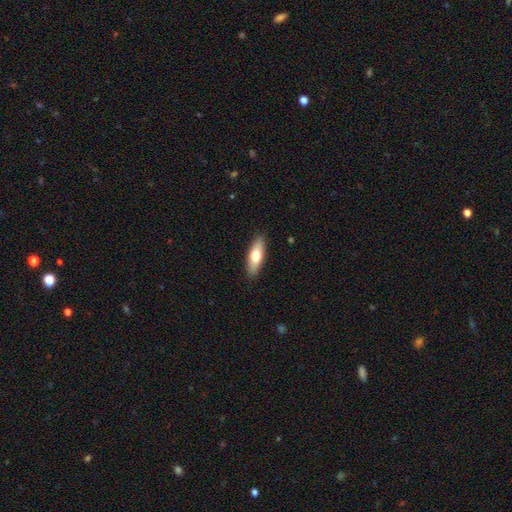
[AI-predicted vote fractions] smooth_or_featured: smooth (p=0.69) [alt: featured or disk p=0.26]
how_rounded: in between (p=0.54) [alt: cigar-shaped p=0.43]
merging: none (p=0.89) [alt: minor disturbance p=0.08]